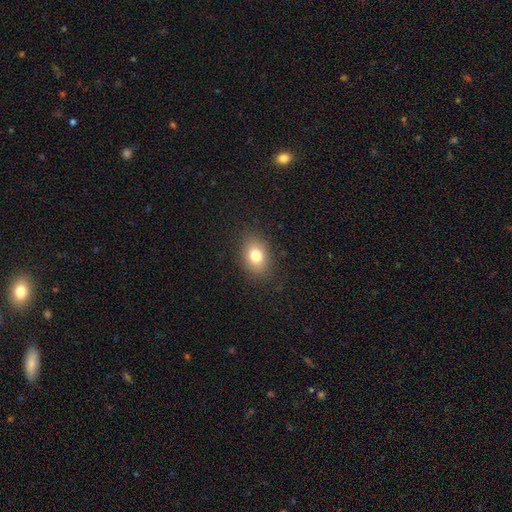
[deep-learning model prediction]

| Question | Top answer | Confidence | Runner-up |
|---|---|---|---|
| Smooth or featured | smooth | 78% | star or artifact (11%) |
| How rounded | in between | 68% | round (31%) |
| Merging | none | 86% | minor disturbance (10%) |